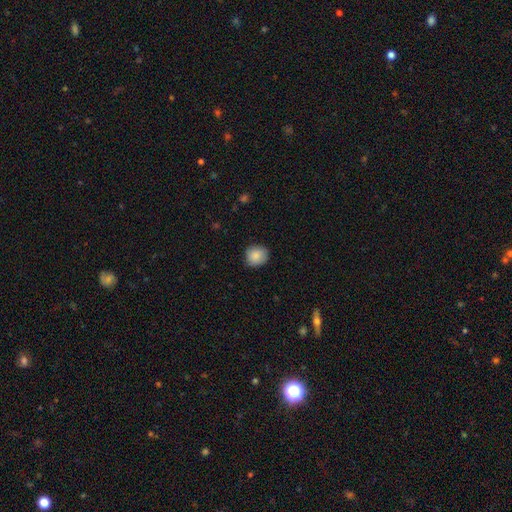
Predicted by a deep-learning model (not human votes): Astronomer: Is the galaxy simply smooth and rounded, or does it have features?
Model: smooth — 87%.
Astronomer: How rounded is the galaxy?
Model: round — 80%.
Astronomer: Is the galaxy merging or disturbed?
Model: none — 84%.